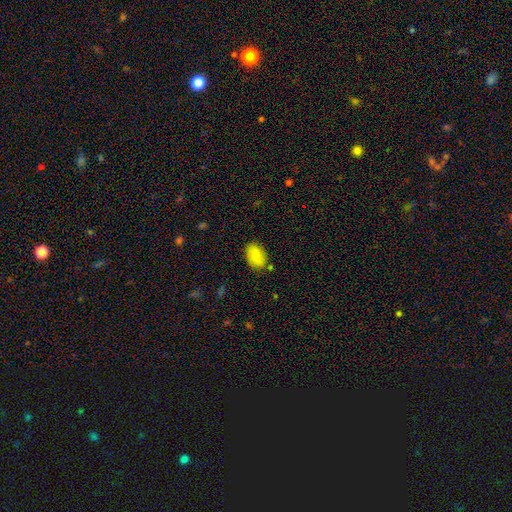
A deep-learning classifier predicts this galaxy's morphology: A smooth galaxy with no disk features (85%) that is in between round and cigar-shaped (89%).

Vote fractions:
- Smooth or featured? smooth: 85% / featured or disk: 8% / star or artifact: 7%
- How rounded? in between: 89% / round: 9% / cigar-shaped: 2%
- Merging? none: 81% / minor disturbance: 13% / major disturbance: 3% / merger: 3%